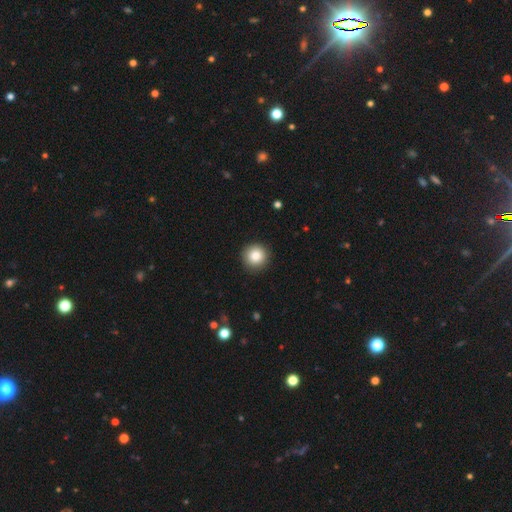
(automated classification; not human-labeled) This appears to be a smooth galaxy with no disk features (84%) that is round (95%). Merging: none (91%).